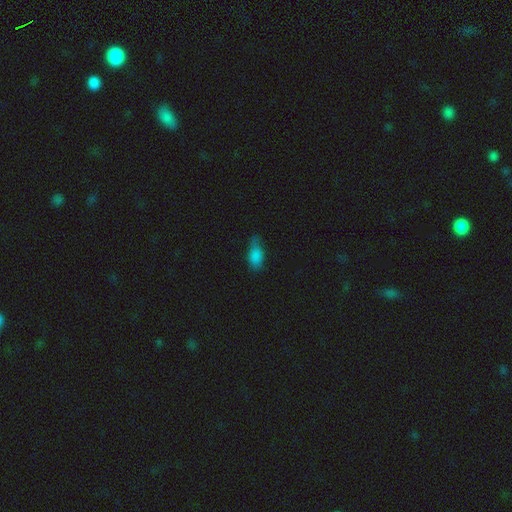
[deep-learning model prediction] This appears to be a smooth galaxy with no disk features (81%) that is in between round and cigar-shaped (85%). Merging: none (48%).